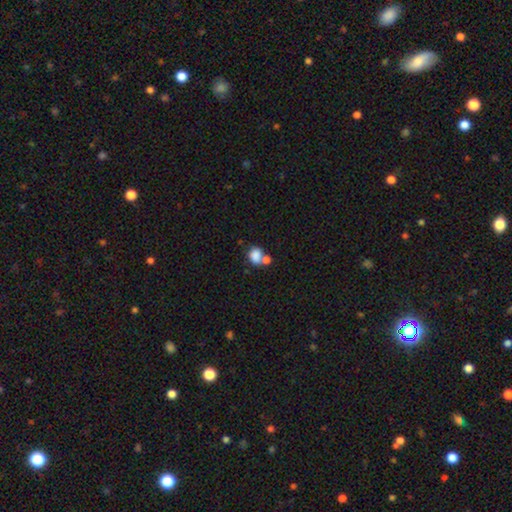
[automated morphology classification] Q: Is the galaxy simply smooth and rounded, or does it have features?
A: smooth — 81%.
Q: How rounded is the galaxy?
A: in between — 56%.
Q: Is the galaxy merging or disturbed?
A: merger — 49%.